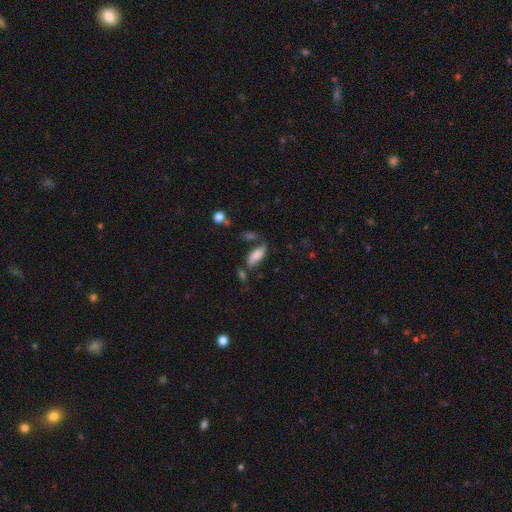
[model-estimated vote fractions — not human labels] smooth_or_featured: smooth (p=0.69) [alt: featured or disk p=0.23]
how_rounded: in between (p=0.77) [alt: cigar-shaped p=0.20]
merging: none (p=0.53) [alt: minor disturbance p=0.22]